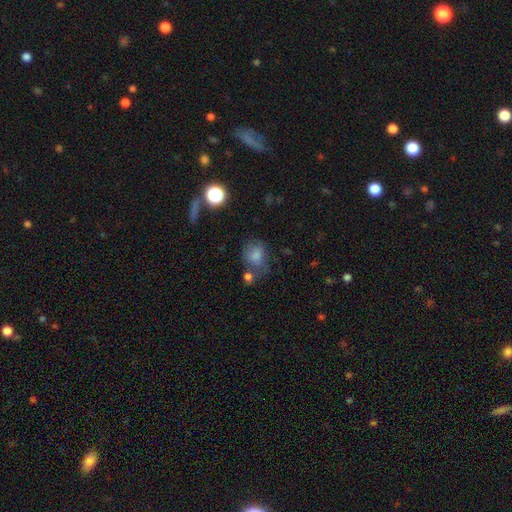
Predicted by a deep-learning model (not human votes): This appears to be a smooth galaxy with no disk features (78%) that is round (59%). Merging: none (52%).